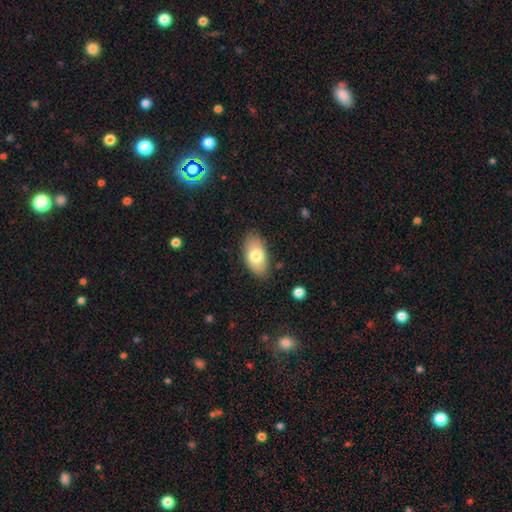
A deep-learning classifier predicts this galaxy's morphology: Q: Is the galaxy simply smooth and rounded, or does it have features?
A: smooth — 76%.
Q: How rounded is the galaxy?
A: in between — 94%.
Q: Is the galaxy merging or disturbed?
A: none — 83%.